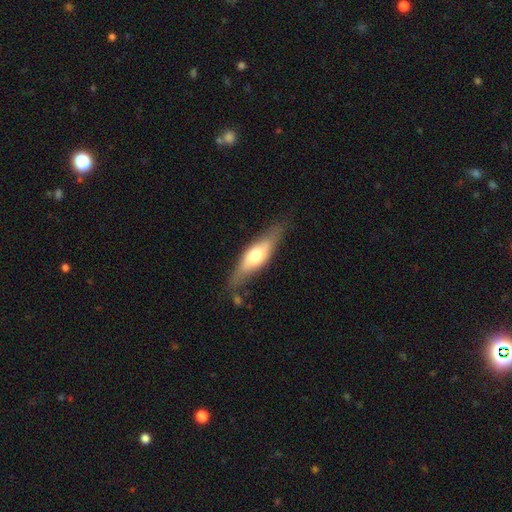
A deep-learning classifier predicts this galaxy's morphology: Smooth or featured? featured or disk (47%, tied with smooth)
Merging? none (76%)